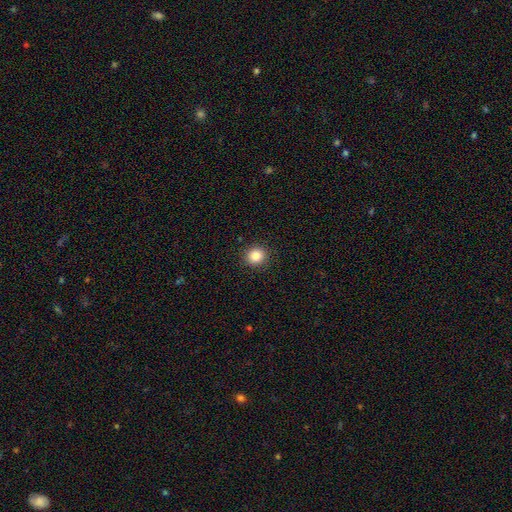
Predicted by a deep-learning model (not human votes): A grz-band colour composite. It shows a smooth galaxy with no disk features (85%) that is round (89%). Merging: none (92%).